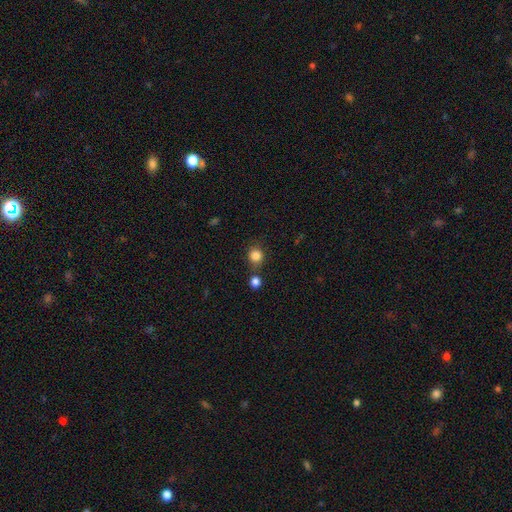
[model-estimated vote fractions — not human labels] Morphology: type=smooth (84%); roundness=round (85%); merging=none (70%).